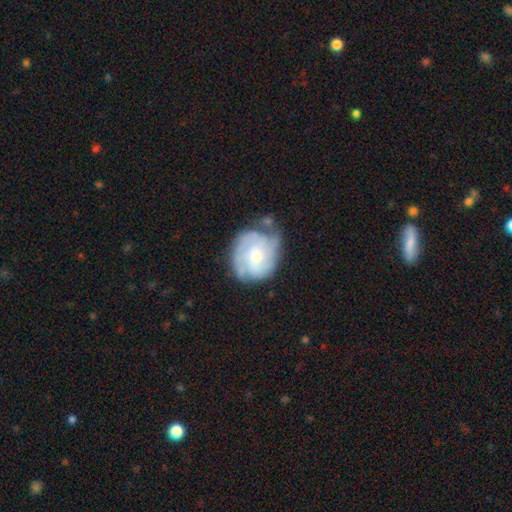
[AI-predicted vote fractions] This is likely a featured or disk galaxy (75%). It is clearly not viewed edge-on (98%). Bar: likely no (73%). Spiral arm pattern: clearly yes (90%). Spiral arm count: marginally can't tell (32%). Spiral winding: possibly tight (55%). Central bulge: possibly small (53%). Merging: possibly none (56%).